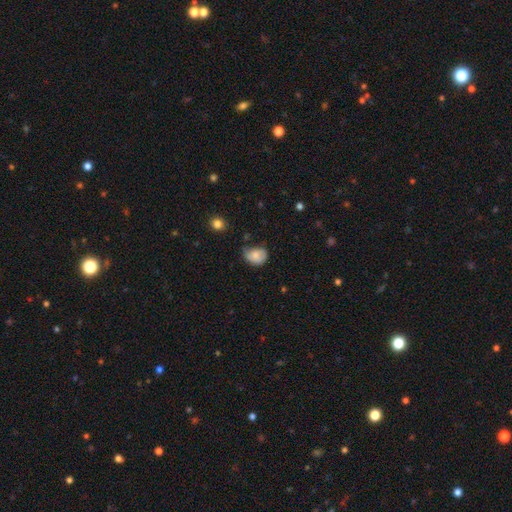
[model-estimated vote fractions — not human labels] A smooth galaxy with no disk features (73%) that is in between round and cigar-shaped (54%).

Vote fractions:
- Smooth or featured? smooth: 73% / featured or disk: 19% / star or artifact: 8%
- How rounded? in between: 54% / round: 45% / cigar-shaped: 1%
- Merging? minor disturbance: 44% / none: 37% / major disturbance: 15% / merger: 3%